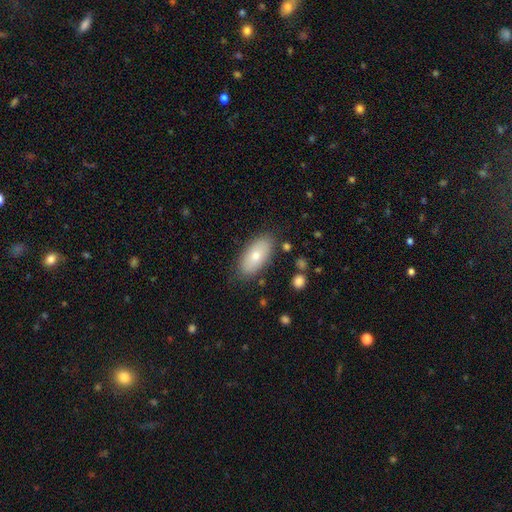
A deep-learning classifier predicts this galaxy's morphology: Smooth or featured: smooth — 73% (featured or disk — 21%)
How rounded: in between — 90% (cigar-shaped — 7%)
Merging: none — 83% (minor disturbance — 12%)